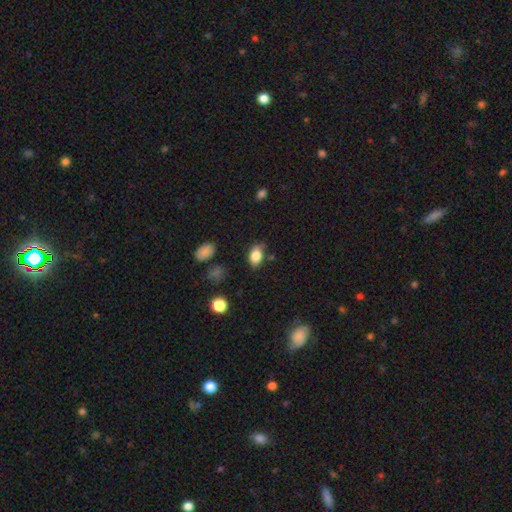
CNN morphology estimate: Smooth or featured? Predicted: smooth (p=0.82). How rounded? Predicted: in between (p=0.84). Merging? Predicted: none (p=0.72).